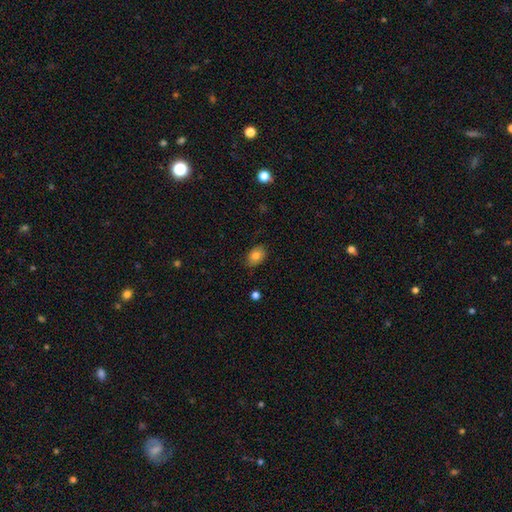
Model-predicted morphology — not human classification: type=smooth (82%); roundness=in between (81%); merging=none (84%).